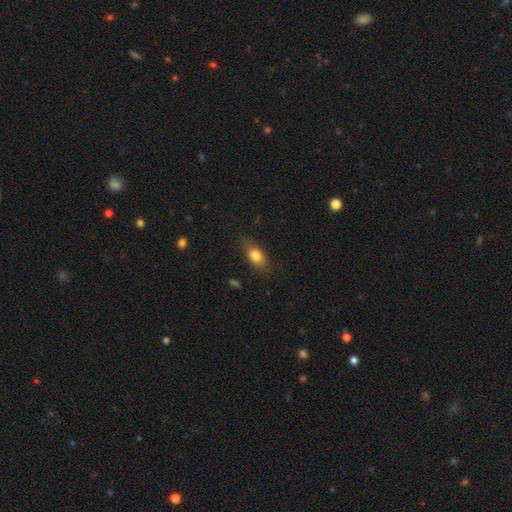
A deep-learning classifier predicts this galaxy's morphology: A smooth galaxy with no disk features (78%) that is in between round and cigar-shaped (80%).

Vote fractions:
- Smooth or featured? smooth: 78% / featured or disk: 14% / star or artifact: 8%
- How rounded? in between: 80% / cigar-shaped: 12% / round: 8%
- Merging? none: 78% / minor disturbance: 17% / major disturbance: 4% / merger: 1%